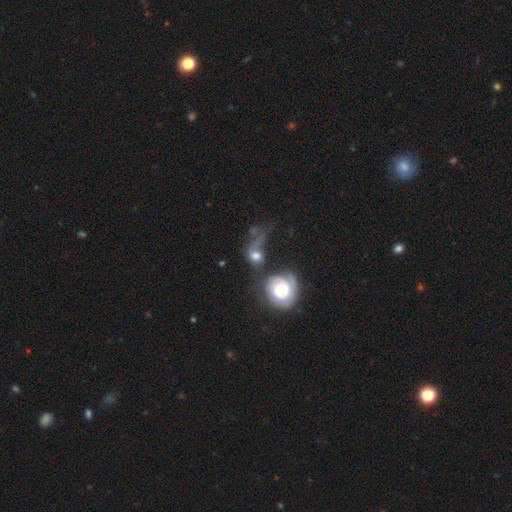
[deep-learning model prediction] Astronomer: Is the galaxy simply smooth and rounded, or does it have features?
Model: smooth — 53% (runner-up: featured or disk, 34%).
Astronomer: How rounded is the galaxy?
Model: round — 55% (runner-up: in between, 42%).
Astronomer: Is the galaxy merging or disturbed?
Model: merger — 35% (runner-up: major disturbance, 28%).